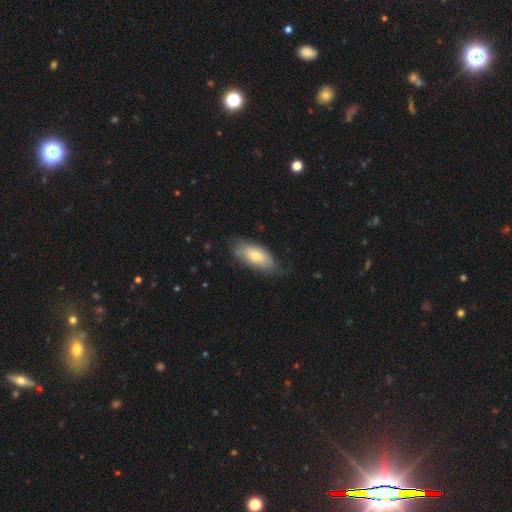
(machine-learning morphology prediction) This is likely a smooth galaxy (69%). How rounded: clearly in between (88%). Merging: likely none (64%).